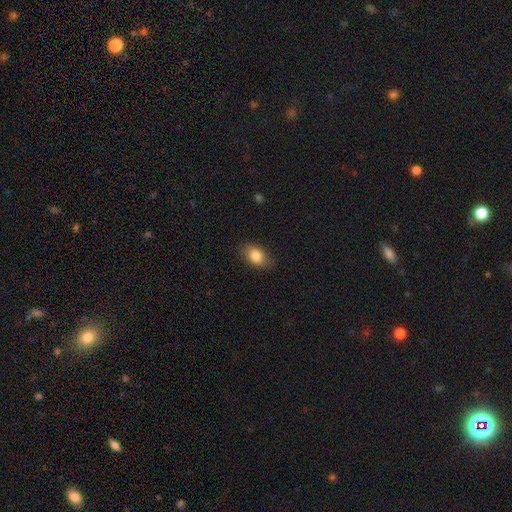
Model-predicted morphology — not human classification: smooth 85%, star or artifact 8%, featured or disk 8%. Down the decision tree: how rounded — in between (83%); merging — none (82%).